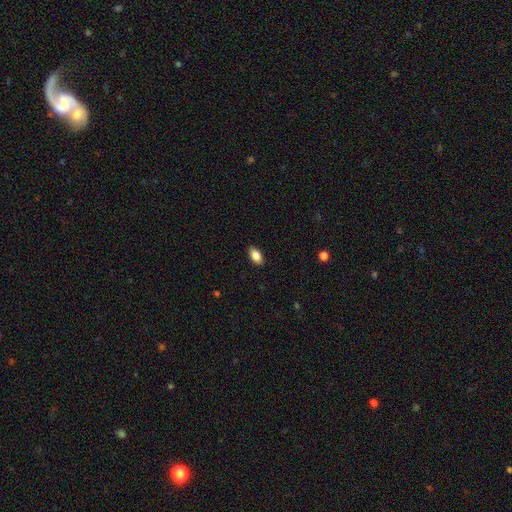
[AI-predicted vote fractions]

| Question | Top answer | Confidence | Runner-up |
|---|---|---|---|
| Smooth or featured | smooth | 86% | star or artifact (7%) |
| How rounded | in between | 92% | round (5%) |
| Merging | none | 89% | minor disturbance (9%) |